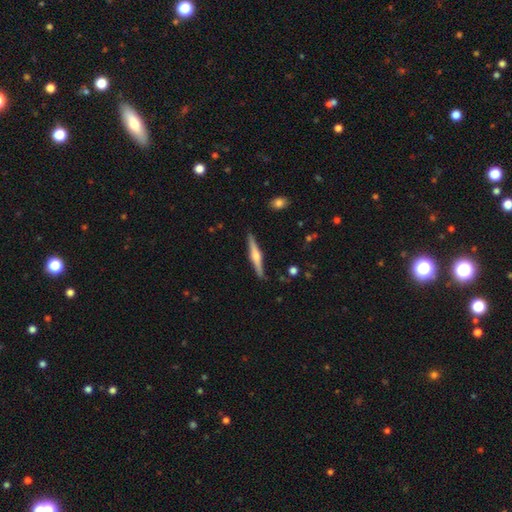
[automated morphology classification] This appears to be a featured or disk galaxy (69%) viewed edge-on (98%) with a rounded central bulge (87%). Merging: none (90%).